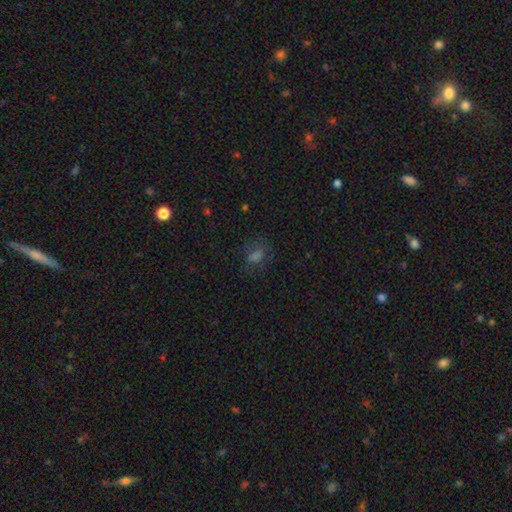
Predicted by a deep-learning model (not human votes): Smooth or featured: smooth — 51% (star or artifact — 33%)
How rounded: in between — 68% (round — 27%)
Merging: none — 66% (minor disturbance — 18%)